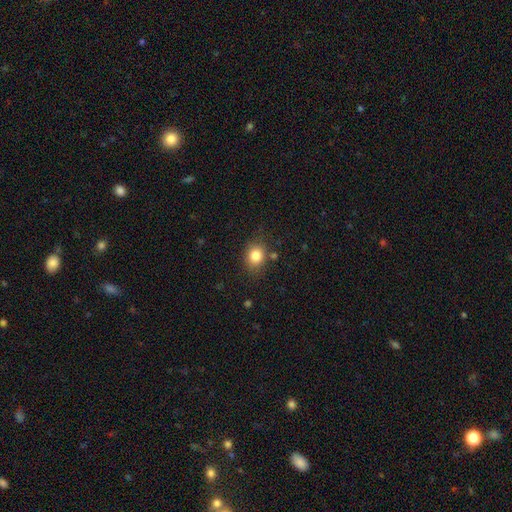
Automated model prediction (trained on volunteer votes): Overall: smooth (82%). How rounded: round (62%; in between 37%). Merging: none (79%).